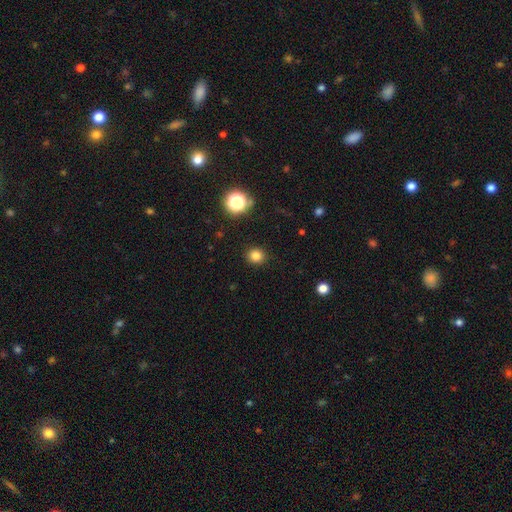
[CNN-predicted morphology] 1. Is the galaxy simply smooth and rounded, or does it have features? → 81% smooth, 14% star or artifact, 4% featured or disk.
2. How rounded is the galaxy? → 82% round, 18% in between, 1% cigar-shaped.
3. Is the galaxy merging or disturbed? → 91% none, 6% minor disturbance, 2% major disturbance, 1% merger.